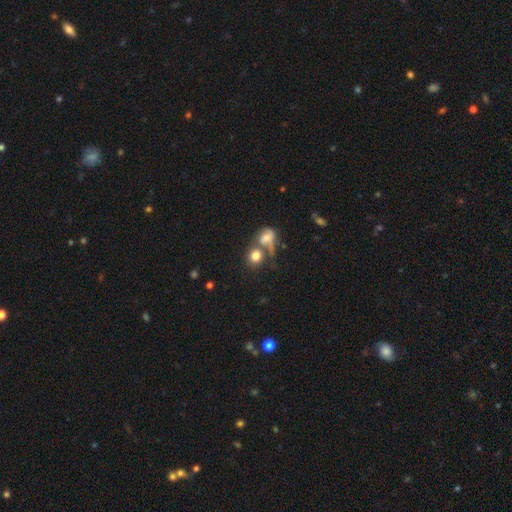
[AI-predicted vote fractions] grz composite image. It shows a smooth galaxy with no disk features (78%) that is round (80%). Merging: none (43%).